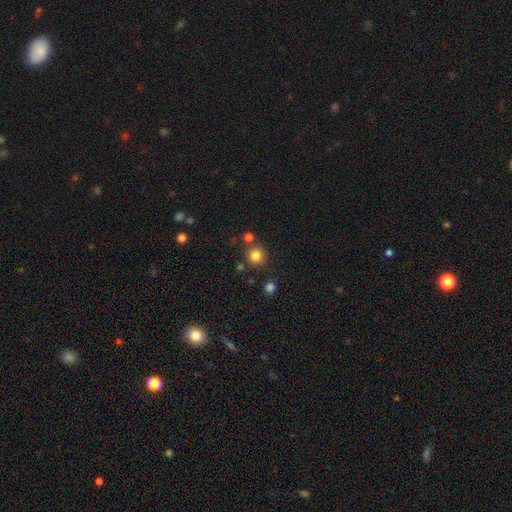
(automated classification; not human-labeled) smooth_or_featured: smooth (p=0.82) [alt: star or artifact p=0.13]
how_rounded: round (p=0.94) [alt: in between p=0.05]
merging: none (p=0.80) [alt: merger p=0.09]